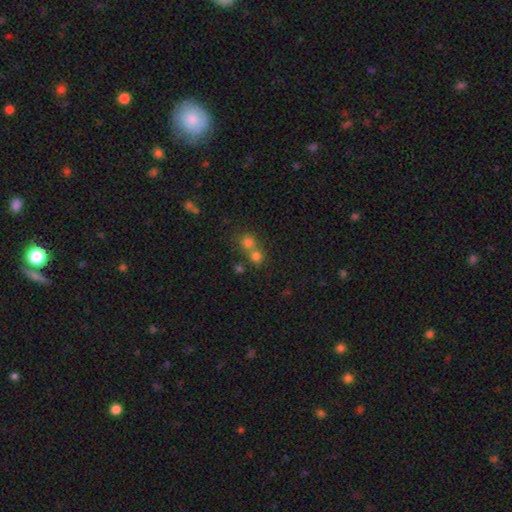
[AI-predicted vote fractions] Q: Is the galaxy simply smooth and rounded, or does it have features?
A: smooth — 73%.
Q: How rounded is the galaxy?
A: round — 85%.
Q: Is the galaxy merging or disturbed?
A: merger — 48%.